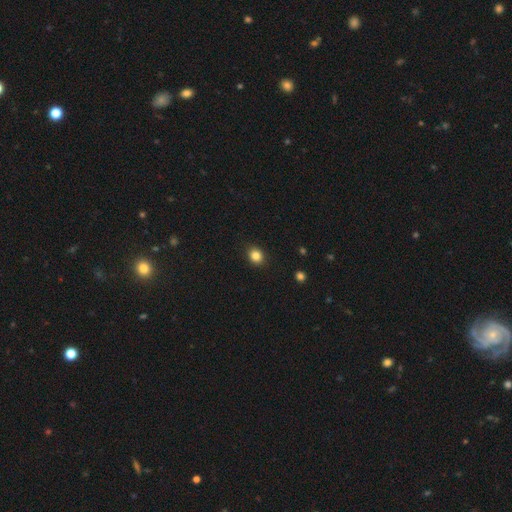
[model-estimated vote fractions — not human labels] Overall: smooth (85%). How rounded: round (64%; in between 35%). Merging: none (90%).